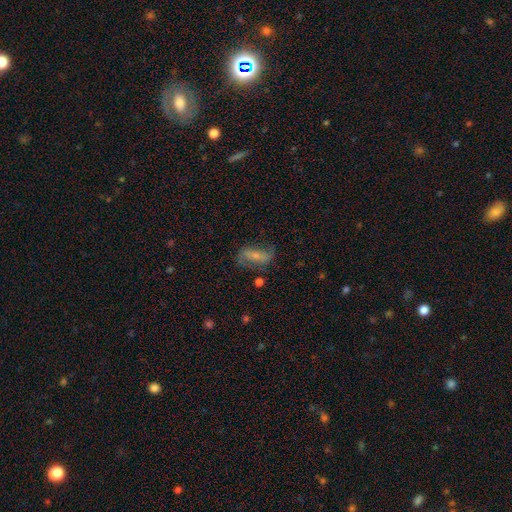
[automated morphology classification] A featured or disk galaxy (56%) with no bar (35%), spiral arms (80%) and a small central bulge (59%).

Vote fractions:
- Smooth or featured? featured or disk: 56% / smooth: 35% / star or artifact: 9%
- Edge-on disk? no: 91% / yes: 9%
- Bar? no: 35% / strong: 34% / weak: 31%
- Spiral arms? yes: 80% / no: 20%
- Bulge size? small: 59% / moderate: 28% / none: 8% / large: 3% / dominant: 1%
- Merging? none: 63% / minor disturbance: 22% / major disturbance: 12% / merger: 3%